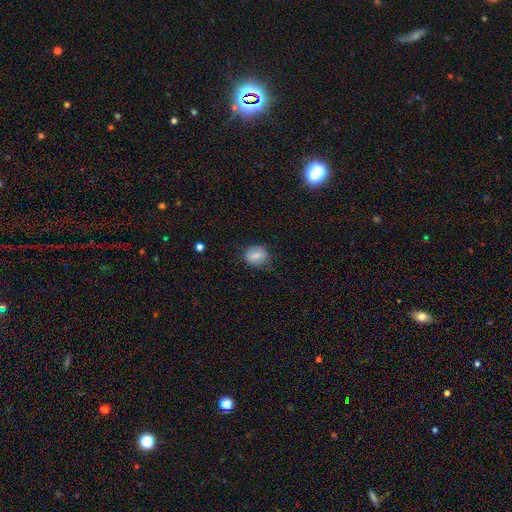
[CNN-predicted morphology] type=smooth (78%); roundness=round (59%); merging=none (70%).